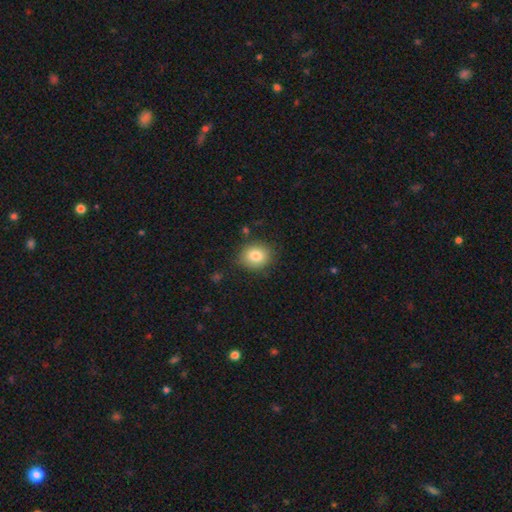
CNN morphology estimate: Smooth or featured? Predicted: smooth (p=0.82). How rounded? Predicted: round (p=0.71). Merging? Predicted: none (p=0.84).